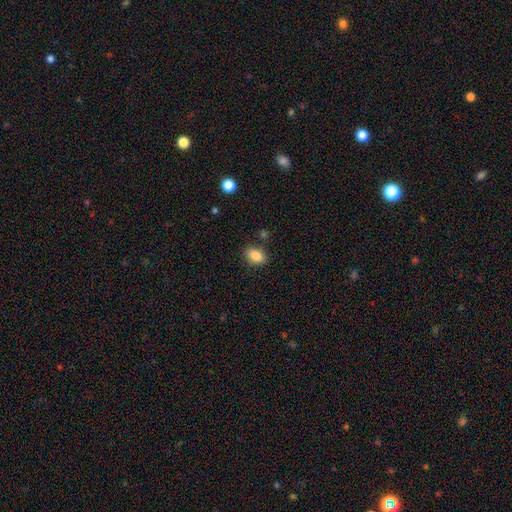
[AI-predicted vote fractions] Smooth or featured? smooth (85%)
How rounded? in between (84%)
Merging? none (84%)